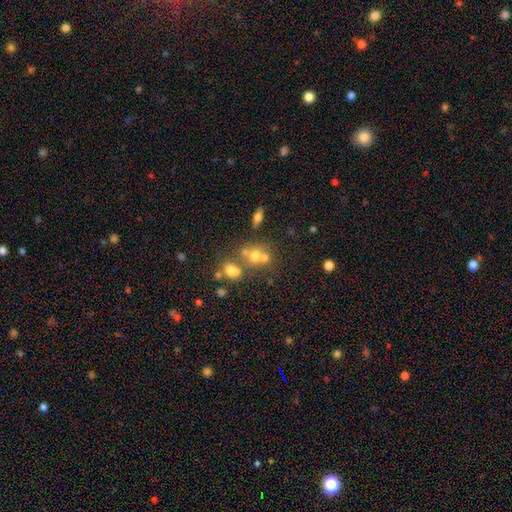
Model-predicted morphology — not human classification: smooth 62%, featured or disk 20%, star or artifact 18%. Down the decision tree: how rounded — round (71%); merging — merger (42%, tied with none).